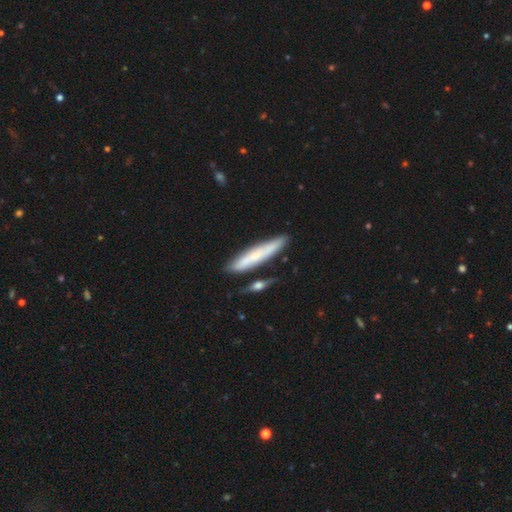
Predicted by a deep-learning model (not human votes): Morphology: type=smooth (63%); roundness=cigar-shaped (90%); merging=none (73%).